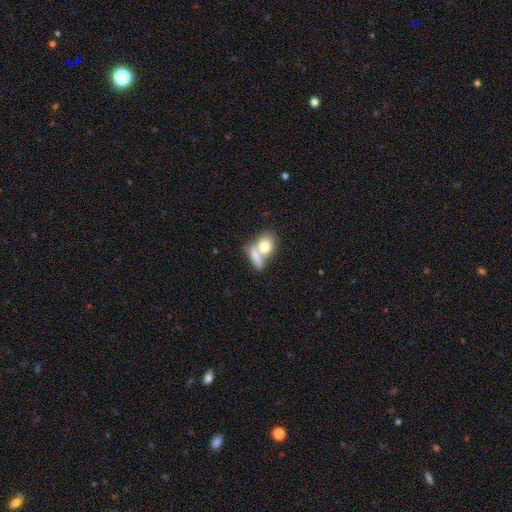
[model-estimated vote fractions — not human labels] Q: Smooth or featured?
A: smooth (75%); runner-up: featured or disk (18%)
Q: How rounded?
A: in between (59%); runner-up: round (32%)
Q: Merging?
A: merger (57%); runner-up: none (29%)